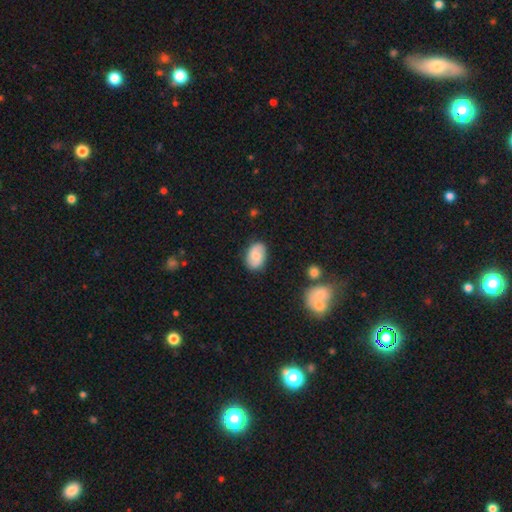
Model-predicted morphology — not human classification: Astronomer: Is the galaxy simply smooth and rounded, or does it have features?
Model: smooth — 57% (runner-up: featured or disk, 36%).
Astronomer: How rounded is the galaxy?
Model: in between — 84%.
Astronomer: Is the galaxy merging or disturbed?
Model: none — 82%.